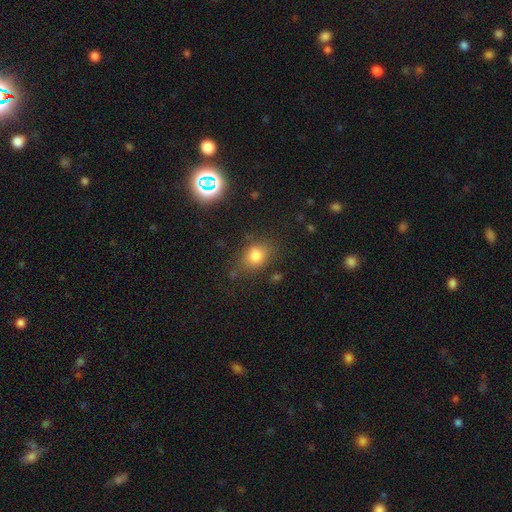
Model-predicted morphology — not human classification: This appears to be a smooth galaxy with no disk features (78%) that is in between round and cigar-shaped (53%). Merging: none (72%).